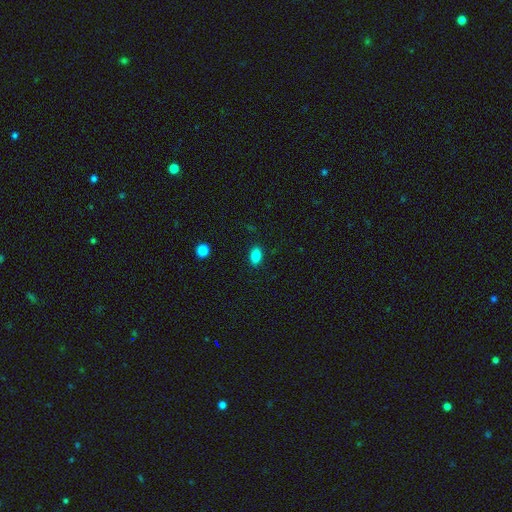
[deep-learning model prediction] This is clearly a smooth galaxy (86%). How rounded: clearly in between (88%). Merging: clearly none (88%).